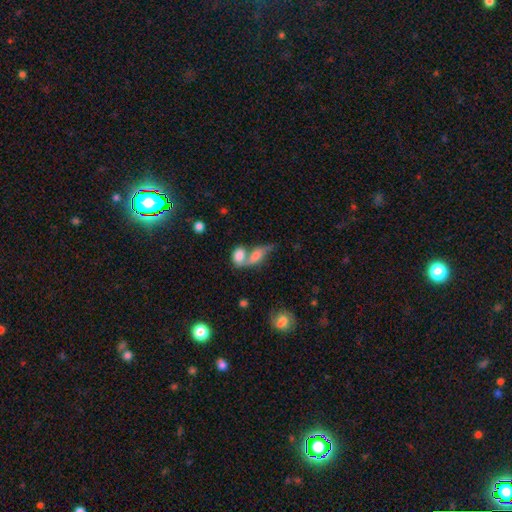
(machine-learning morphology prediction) smooth_or_featured: smooth (p=0.62) [alt: featured or disk p=0.28]
how_rounded: in between (p=0.73) [alt: cigar-shaped p=0.15]
merging: merger (p=0.61) [alt: none p=0.23]